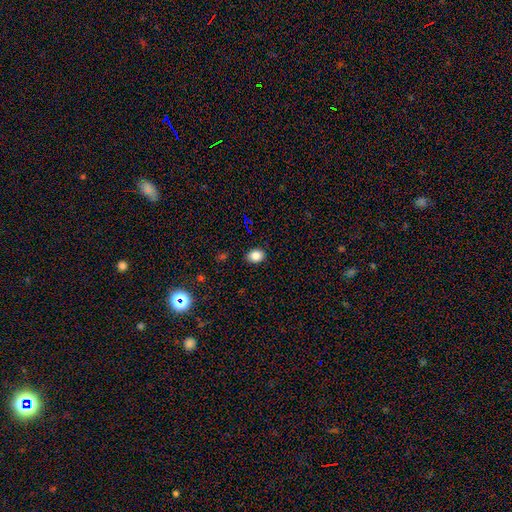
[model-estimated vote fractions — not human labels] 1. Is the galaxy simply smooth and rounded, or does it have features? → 84% smooth, 10% star or artifact, 6% featured or disk.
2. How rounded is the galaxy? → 64% in between, 35% round, 1% cigar-shaped.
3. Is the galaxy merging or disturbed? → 89% none, 8% minor disturbance, 2% major disturbance, 1% merger.